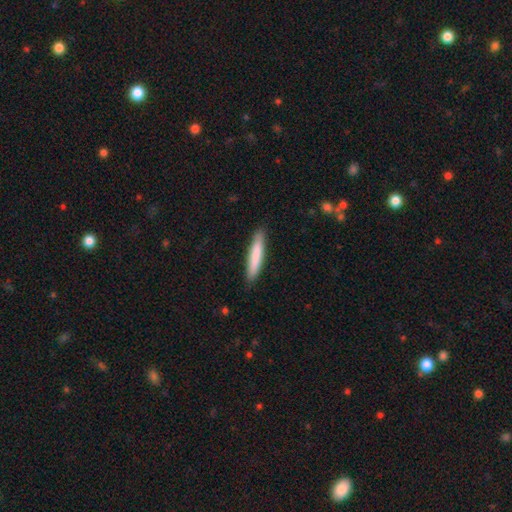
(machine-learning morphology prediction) Overall: smooth (80%). How rounded: cigar-shaped (91%). Merging: none (89%).